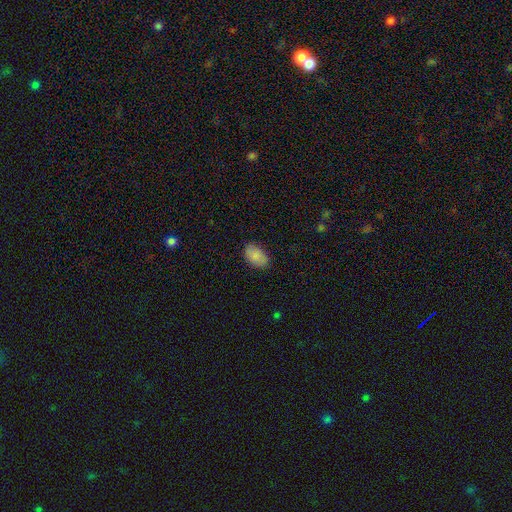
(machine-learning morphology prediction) Overall: smooth (87%). How rounded: in between (90%). Merging: none (83%).